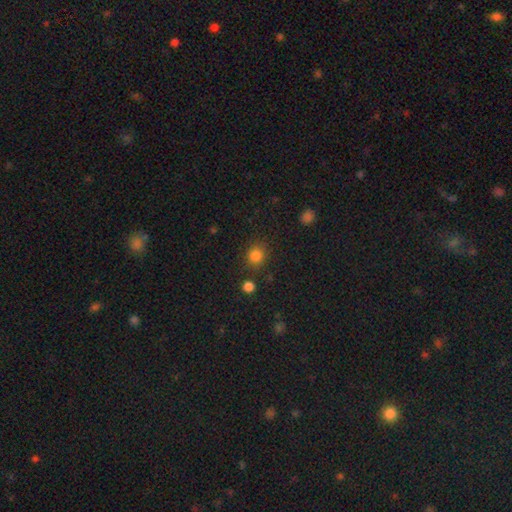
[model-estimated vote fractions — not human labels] Smooth or featured? smooth (83%)
How rounded? round (85%)
Merging? none (84%)